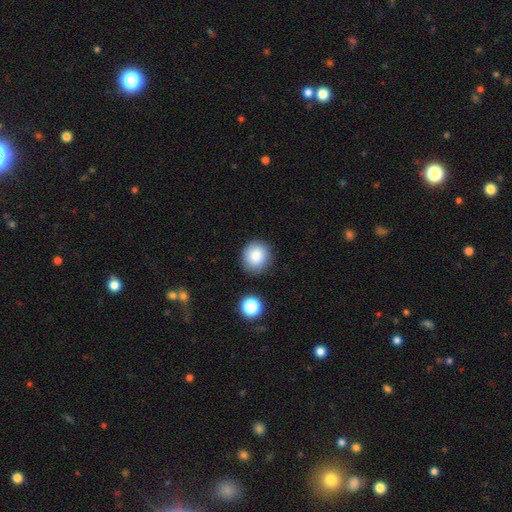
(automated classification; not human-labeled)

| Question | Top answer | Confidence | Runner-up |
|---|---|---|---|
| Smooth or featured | smooth | 86% | star or artifact (9%) |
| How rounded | round | 87% | in between (12%) |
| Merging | none | 86% | minor disturbance (8%) |